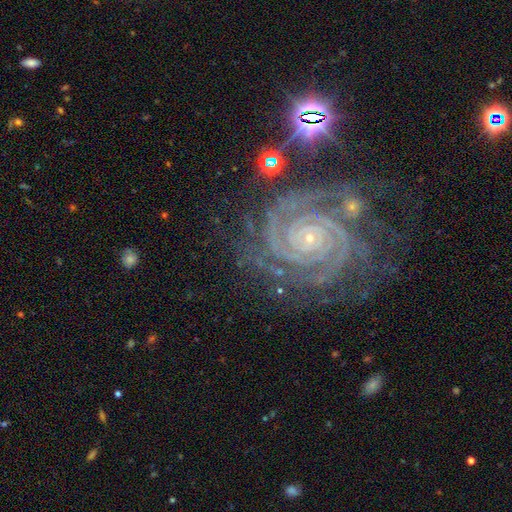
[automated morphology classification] A featured or disk galaxy (91%) with no bar (73%), 2 (47%) tight (86%) spiral arms (99%) and a small central bulge (84%).

Vote fractions:
- Smooth or featured? featured or disk: 91% / star or artifact: 6% / smooth: 3%
- Edge-on disk? no: 98% / yes: 2%
- Bar? no: 73% / weak: 17% / strong: 11%
- Spiral arms? yes: 99% / no: 1%
- Spiral winding? tight: 86% / medium: 13% / loose: 2%
- Spiral arm count? 2: 47% / 3: 20% / 4: 10% / can't tell: 10% / more than 4: 7% / 1: 6%
- Bulge size? small: 84% / moderate: 12% / none: 2% / large: 1% / dominant: 1%
- Merging? none: 72% / minor disturbance: 17% / major disturbance: 8% / merger: 4%